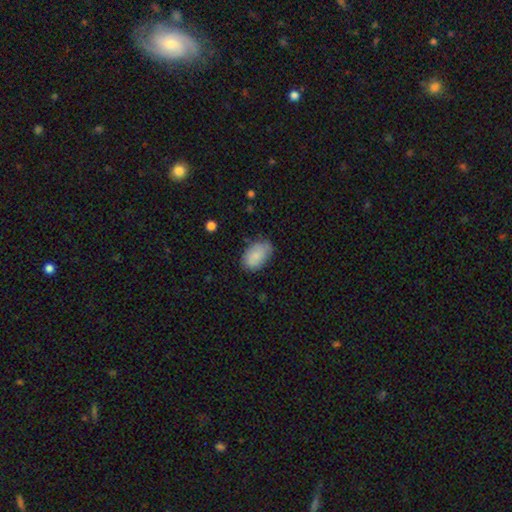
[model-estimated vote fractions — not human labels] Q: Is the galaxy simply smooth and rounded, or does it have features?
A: smooth — 84%.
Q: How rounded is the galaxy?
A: in between — 91%.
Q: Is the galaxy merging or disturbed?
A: none — 71%.